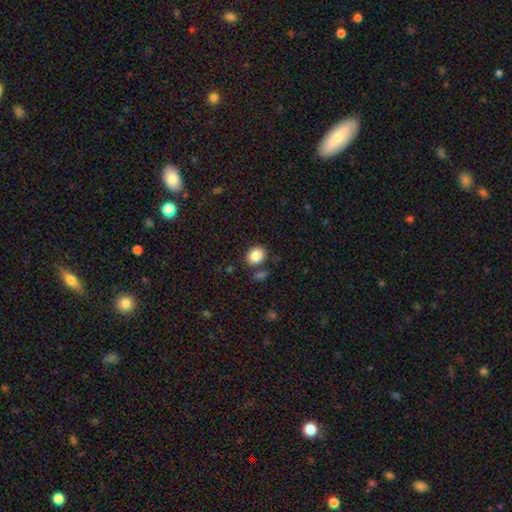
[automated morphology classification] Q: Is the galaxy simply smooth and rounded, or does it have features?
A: smooth — 86%.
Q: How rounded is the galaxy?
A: in between — 50%.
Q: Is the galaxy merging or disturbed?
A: none — 79%.